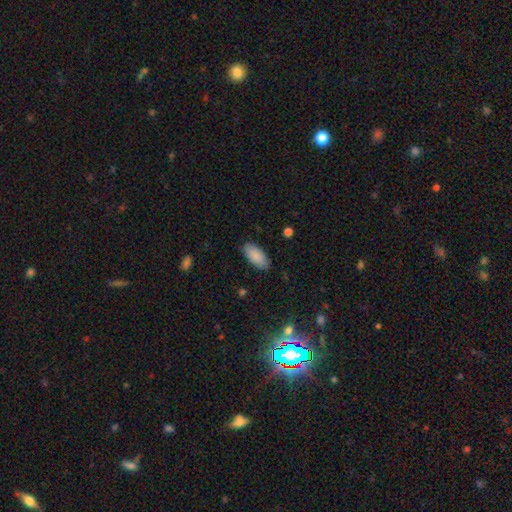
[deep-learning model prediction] A smooth galaxy with no disk features (89%) that is in between round and cigar-shaped (91%). Merging: none (87%).